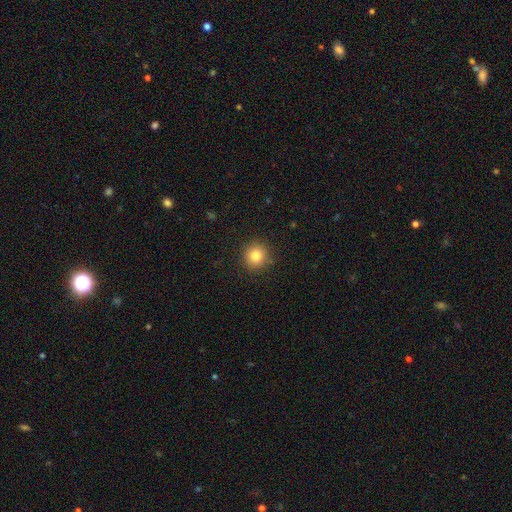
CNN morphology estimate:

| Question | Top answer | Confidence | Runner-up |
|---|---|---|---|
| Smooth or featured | smooth | 82% | star or artifact (11%) |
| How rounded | round | 91% | in between (8%) |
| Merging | none | 90% | minor disturbance (7%) |